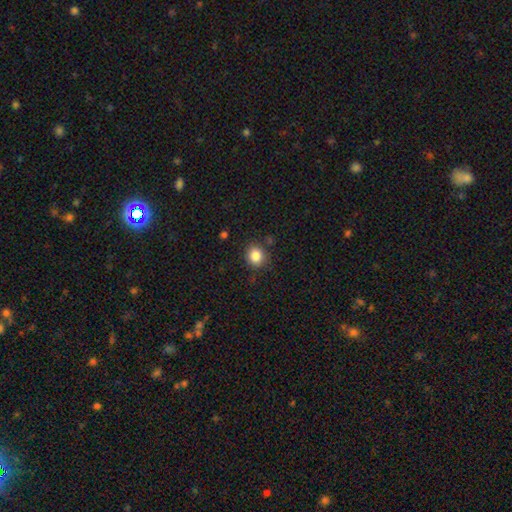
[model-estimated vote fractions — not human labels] A smooth galaxy with no disk features (84%) that is round (75%). Merging: none (84%).